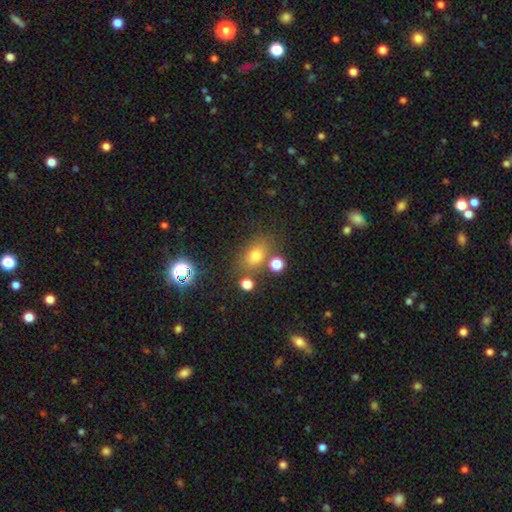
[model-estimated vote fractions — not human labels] This is likely a smooth galaxy (70%). How rounded: likely in between (61%). Merging: likely none (70%).